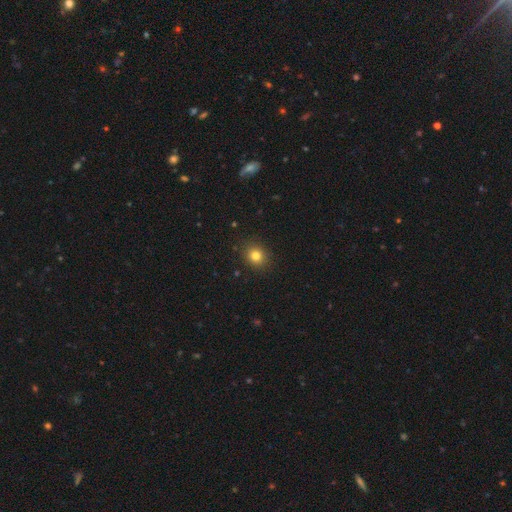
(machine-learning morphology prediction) Overall: smooth (80%). How rounded: round (76%). Merging: none (90%).